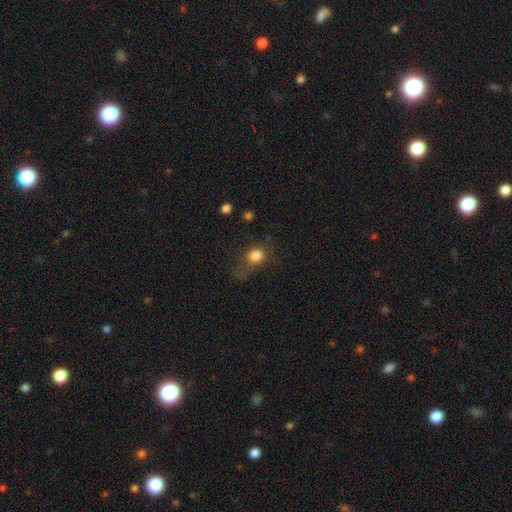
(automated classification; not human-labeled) This appears to be a smooth galaxy with no disk features (81%) that is round (62%). Merging: none (41%).